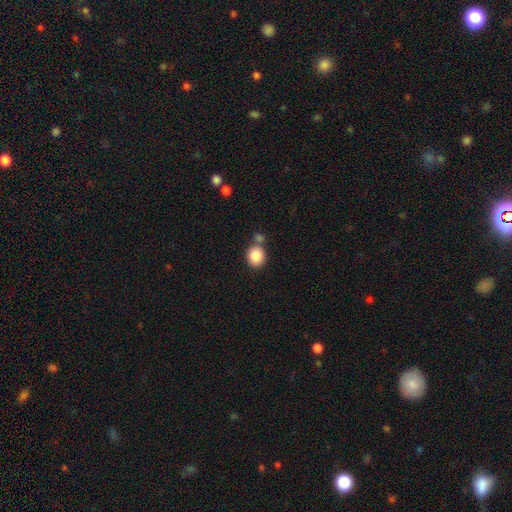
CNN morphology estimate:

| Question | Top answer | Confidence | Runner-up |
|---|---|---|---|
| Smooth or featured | smooth | 85% | star or artifact (9%) |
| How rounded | round | 72% | in between (27%) |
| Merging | none | 67% | merger (20%) |